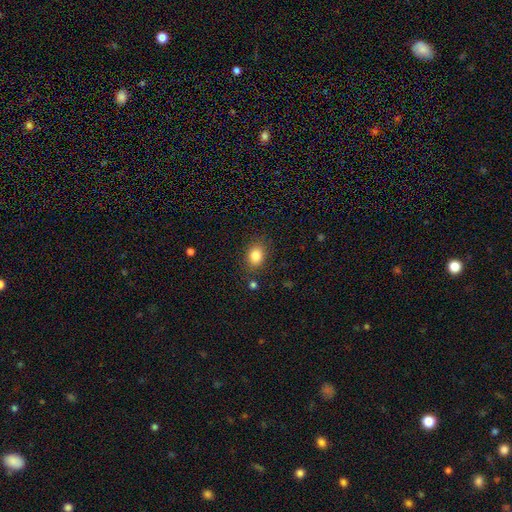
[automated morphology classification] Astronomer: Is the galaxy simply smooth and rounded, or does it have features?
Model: smooth — 83%.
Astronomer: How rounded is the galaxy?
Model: in between — 60% (runner-up: round, 39%).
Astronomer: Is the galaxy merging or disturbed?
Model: none — 83%.